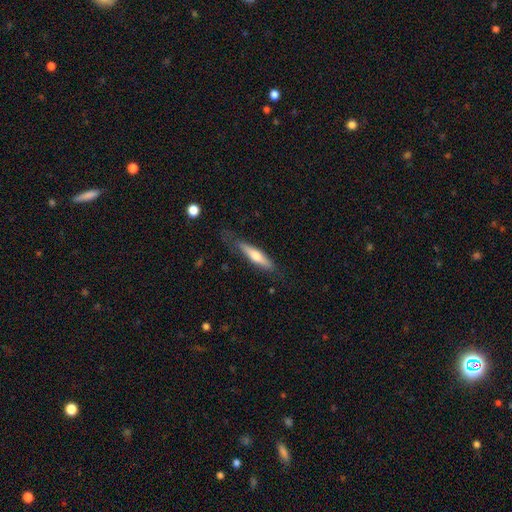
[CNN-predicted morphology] smooth_or_featured: smooth (p=0.56) [alt: featured or disk p=0.38]
how_rounded: cigar-shaped (p=0.83) [alt: in between p=0.16]
merging: none (p=0.71) [alt: minor disturbance p=0.21]